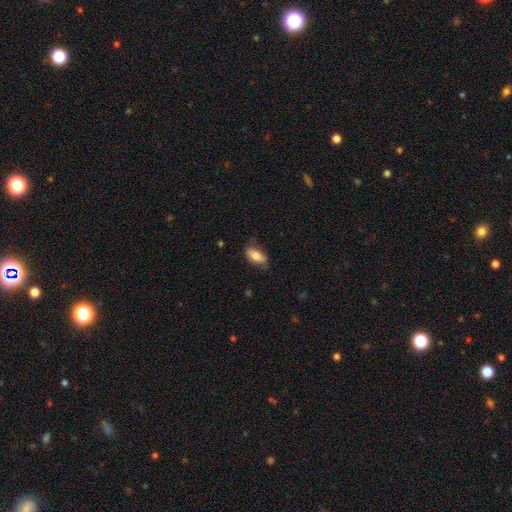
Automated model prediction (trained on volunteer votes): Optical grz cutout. It shows a smooth galaxy with no disk features (79%) that is in between round and cigar-shaped (87%). Merging: none (70%).